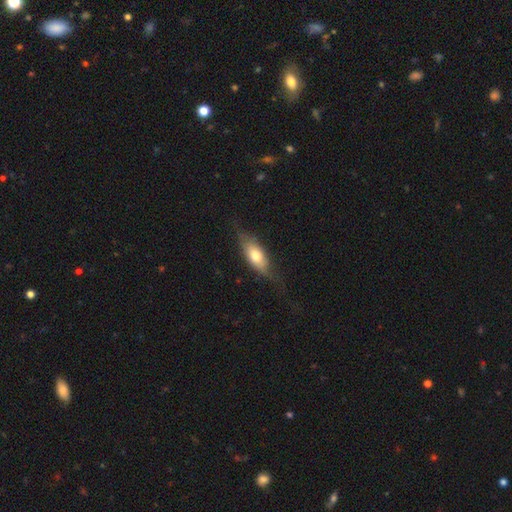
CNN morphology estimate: smooth 61%, featured or disk 32%, star or artifact 6%. Down the decision tree: how rounded — in between (77%); merging — none (62%).